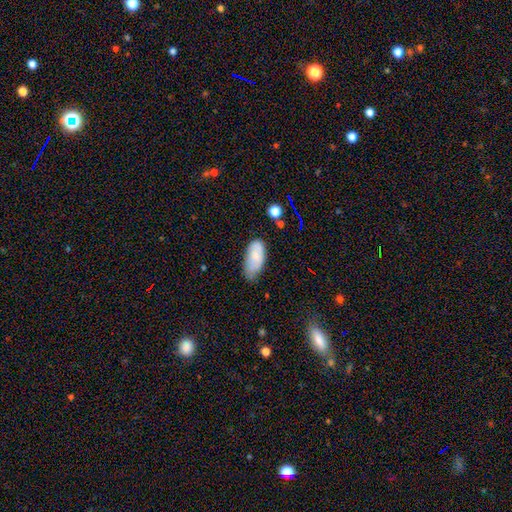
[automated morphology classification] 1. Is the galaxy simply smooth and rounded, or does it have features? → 77% smooth, 15% featured or disk, 7% star or artifact.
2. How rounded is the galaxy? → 92% in between, 6% cigar-shaped, 2% round.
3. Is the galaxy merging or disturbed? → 54% none, 36% minor disturbance, 8% major disturbance, 3% merger.